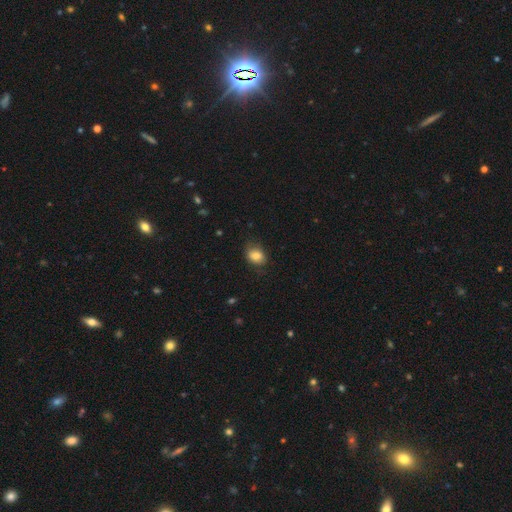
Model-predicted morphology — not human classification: The model was most divided on "how rounded": in between: 64%, round: 35%, cigar-shaped: 1%. More confident: smooth or featured — smooth (80%); merging — none (70%).